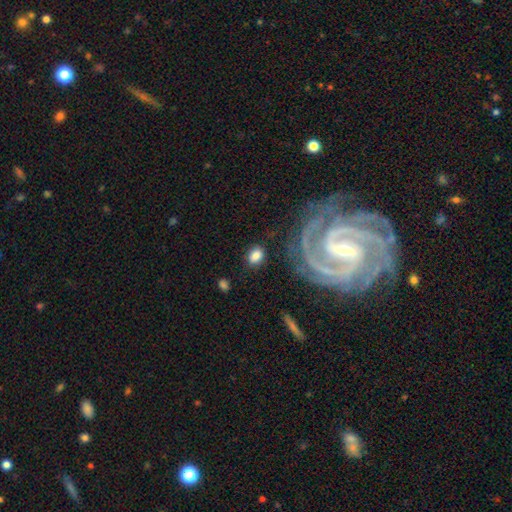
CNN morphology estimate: smooth 77%, featured or disk 15%, star or artifact 8%. Down the decision tree: how rounded — in between (70%); merging — none (77%).